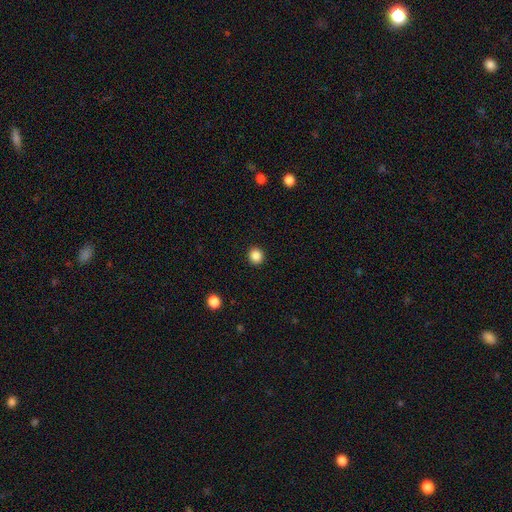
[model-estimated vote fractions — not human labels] Q: Smooth or featured?
A: smooth (87%); runner-up: star or artifact (11%)
Q: How rounded?
A: round (91%); runner-up: in between (8%)
Q: Merging?
A: none (93%); runner-up: minor disturbance (5%)